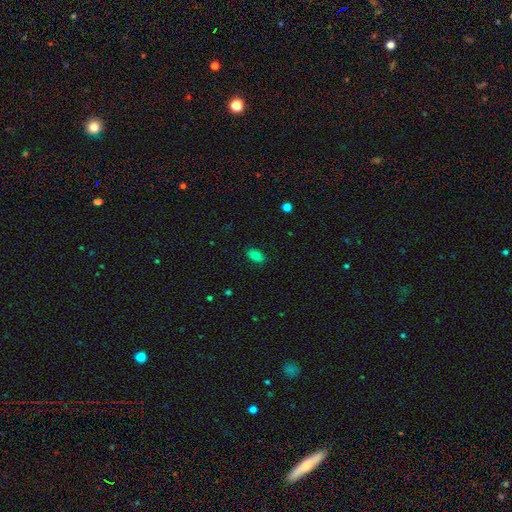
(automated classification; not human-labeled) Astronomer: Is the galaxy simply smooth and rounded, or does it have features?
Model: smooth — 78%.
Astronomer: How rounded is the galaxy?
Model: in between — 86%.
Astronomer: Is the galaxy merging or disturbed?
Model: none — 85%.